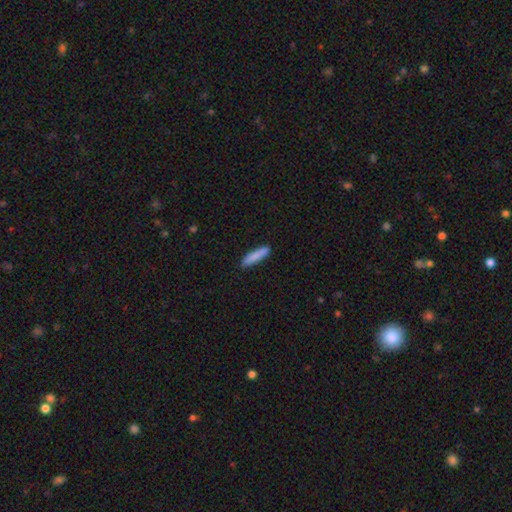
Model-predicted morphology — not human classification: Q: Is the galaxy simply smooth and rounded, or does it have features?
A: smooth — 85%.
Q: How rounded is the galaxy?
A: cigar-shaped — 85%.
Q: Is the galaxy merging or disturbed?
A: none — 87%.